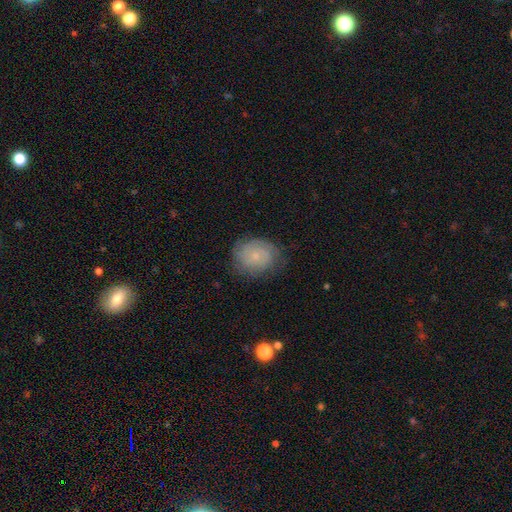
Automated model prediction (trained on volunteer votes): Smooth or featured? Predicted: featured or disk (p=0.48). Merging? Predicted: none (p=0.73).